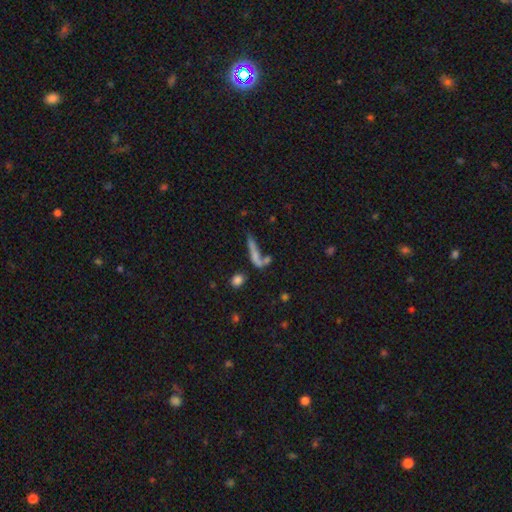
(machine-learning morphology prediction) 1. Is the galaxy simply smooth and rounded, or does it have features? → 62% smooth, 25% featured or disk, 13% star or artifact.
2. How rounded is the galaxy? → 77% cigar-shaped, 18% in between, 5% round.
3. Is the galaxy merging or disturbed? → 42% none, 31% merger, 14% minor disturbance, 13% major disturbance.